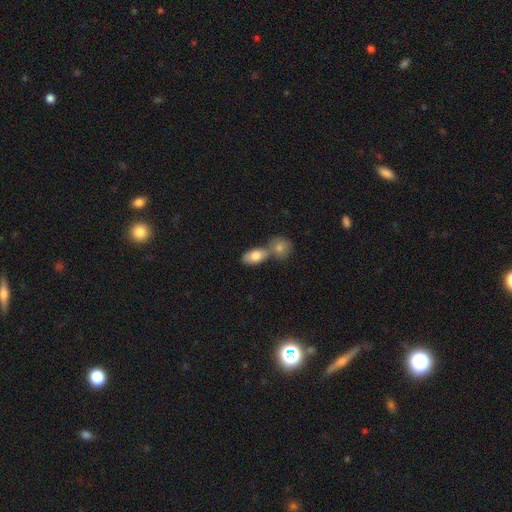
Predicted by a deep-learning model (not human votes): Overall: smooth (80%). How rounded: in between (88%). Merging: merger (58%; none 31%).